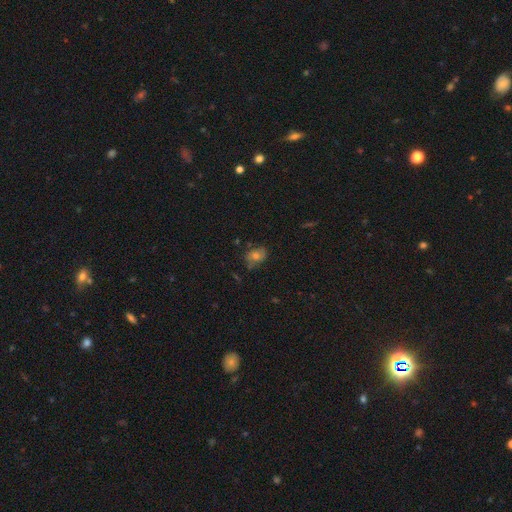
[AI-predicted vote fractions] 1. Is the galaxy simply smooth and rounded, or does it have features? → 56% smooth, 26% featured or disk, 17% star or artifact.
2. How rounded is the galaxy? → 56% in between, 42% round, 1% cigar-shaped.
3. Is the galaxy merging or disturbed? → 68% none, 22% minor disturbance, 7% major disturbance, 3% merger.